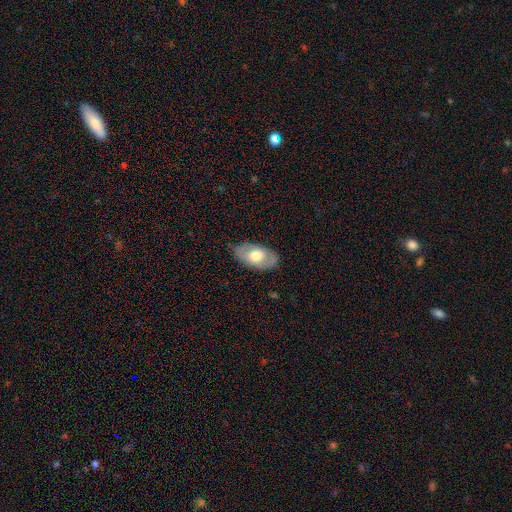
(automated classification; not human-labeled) Q: Smooth or featured?
A: smooth (54%); runner-up: featured or disk (40%)
Q: How rounded?
A: in between (92%); runner-up: round (5%)
Q: Merging?
A: none (80%); runner-up: minor disturbance (15%)